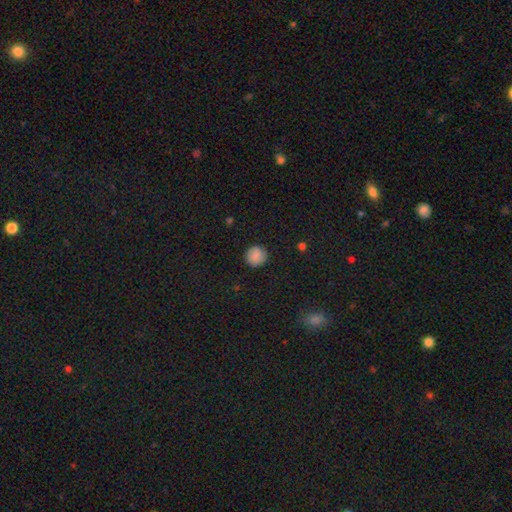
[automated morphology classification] Q: Smooth or featured?
A: smooth (86%); runner-up: star or artifact (8%)
Q: How rounded?
A: round (92%); runner-up: in between (7%)
Q: Merging?
A: none (88%); runner-up: minor disturbance (8%)